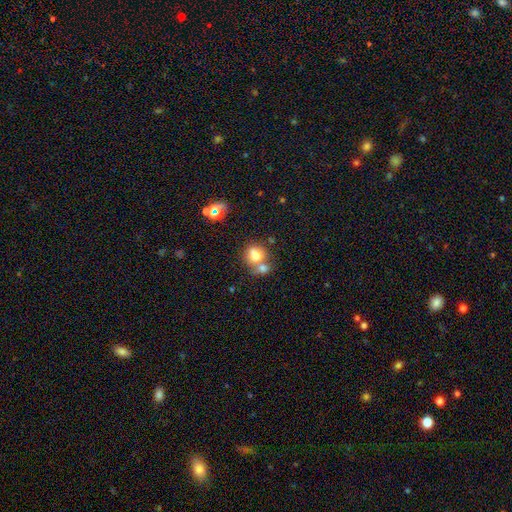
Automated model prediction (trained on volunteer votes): Morphology: type=smooth (69%); roundness=round (73%); merging=merger (48%).